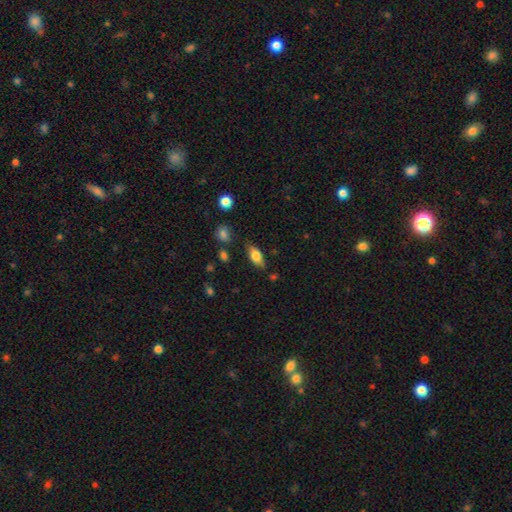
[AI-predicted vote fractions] Q: Smooth or featured?
A: smooth (73%); runner-up: featured or disk (20%)
Q: How rounded?
A: in between (85%); runner-up: cigar-shaped (12%)
Q: Merging?
A: none (75%); runner-up: minor disturbance (18%)